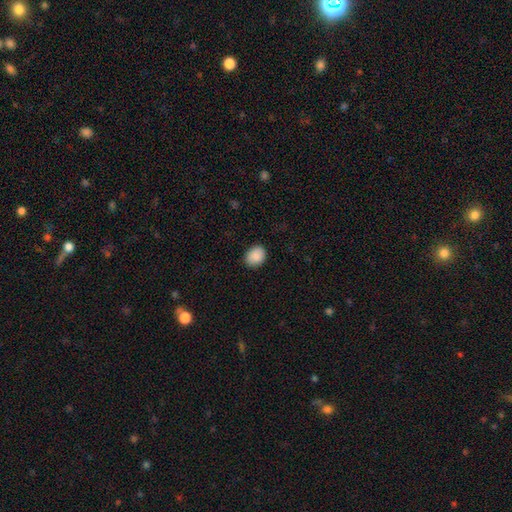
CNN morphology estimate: smooth-or-featured: smooth: 89% | star or artifact: 7% | featured or disk: 3%
  how-rounded: in between: 50% | round: 49% | cigar-shaped: 1%
  merging: none: 86% | minor disturbance: 11% | major disturbance: 2% | merger: 1%